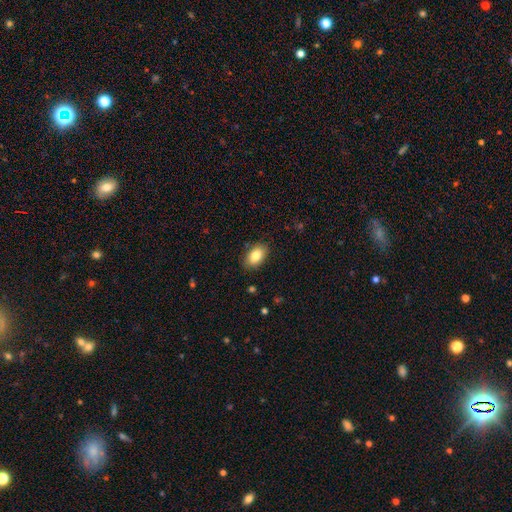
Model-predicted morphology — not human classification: Smooth or featured? Predicted: smooth (p=0.85). How rounded? Predicted: in between (p=0.91). Merging? Predicted: none (p=0.86).